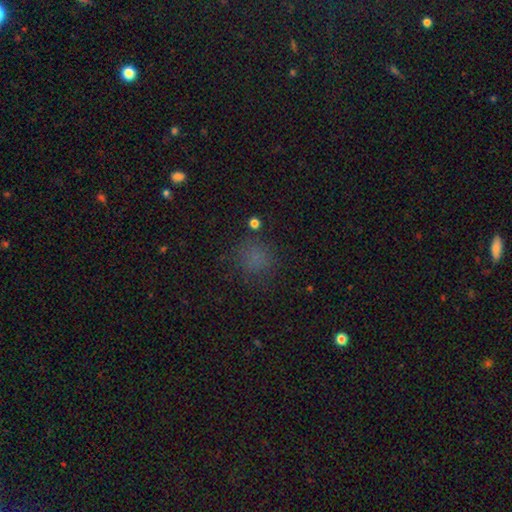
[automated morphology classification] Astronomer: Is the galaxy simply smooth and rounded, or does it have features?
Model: smooth — 68%.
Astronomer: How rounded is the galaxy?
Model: round — 83%.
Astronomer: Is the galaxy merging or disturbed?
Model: none — 77%.